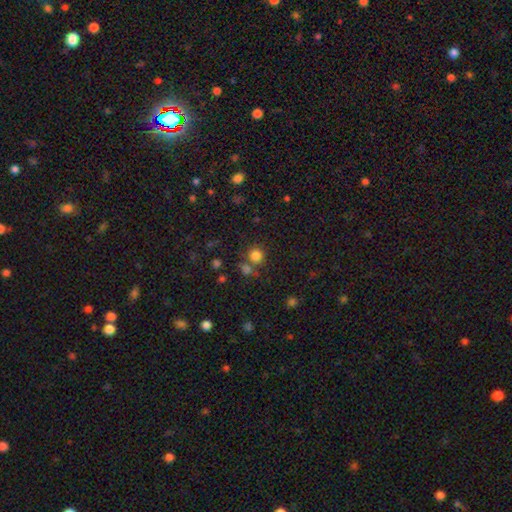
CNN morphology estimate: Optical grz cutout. It shows a smooth galaxy with no disk features (79%) that is round (90%). Merging: none (69%).